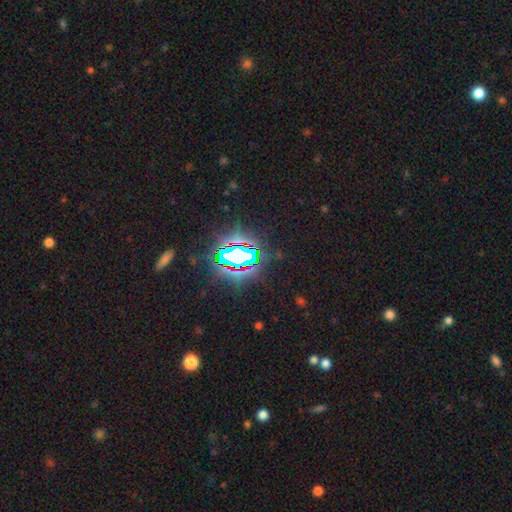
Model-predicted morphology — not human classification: star or artifact 78%, smooth 12%, featured or disk 9%.